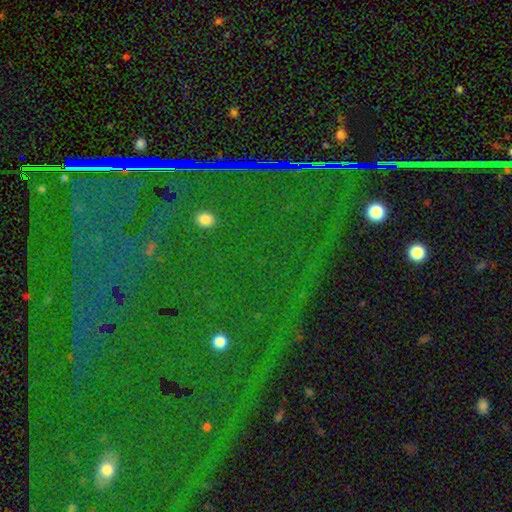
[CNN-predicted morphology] Smooth or featured: star or artifact — 85% (featured or disk — 8%)